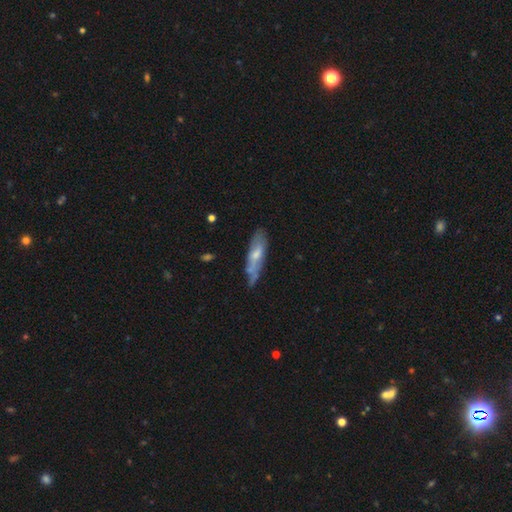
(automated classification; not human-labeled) Smooth or featured?
  - smooth: 48% *
  - featured or disk: 46%
  - star or artifact: 6%
Merging?
  - none: 54% *
  - minor disturbance: 32%
  - major disturbance: 10%
  - merger: 5%